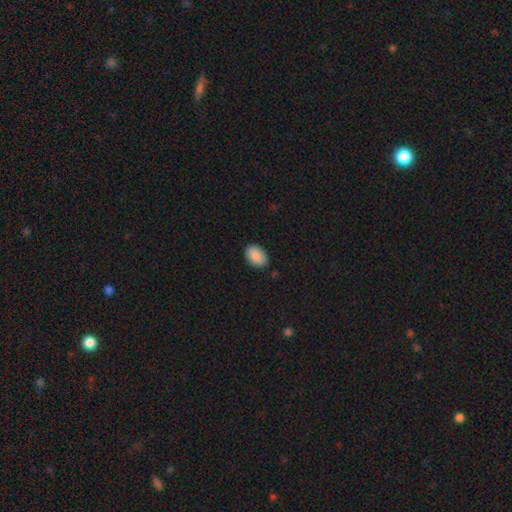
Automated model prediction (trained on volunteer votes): Smooth or featured? Predicted: smooth (p=0.90). How rounded? Predicted: in between (p=0.88). Merging? Predicted: none (p=0.87).